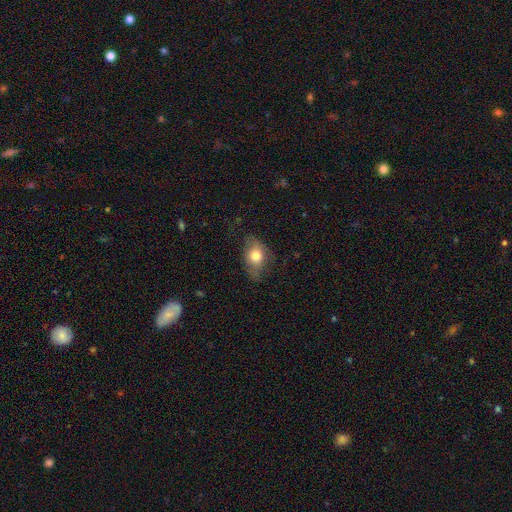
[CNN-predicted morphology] smooth-or-featured: smooth: 72% | featured or disk: 20% | star or artifact: 8%
  how-rounded: in between: 79% | round: 19% | cigar-shaped: 2%
  merging: none: 60% | minor disturbance: 27% | major disturbance: 12% | merger: 1%